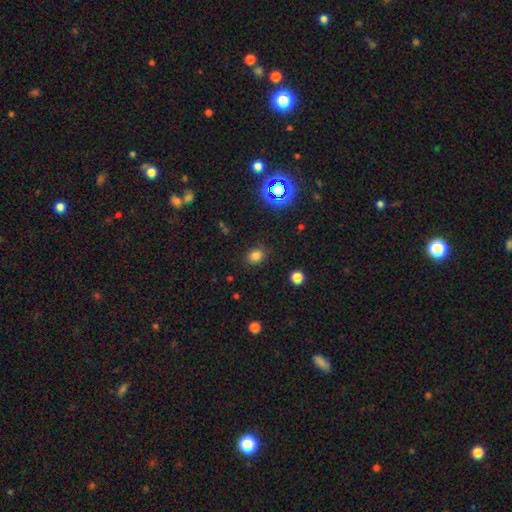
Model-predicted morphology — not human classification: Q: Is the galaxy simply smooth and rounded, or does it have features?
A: smooth — 77%.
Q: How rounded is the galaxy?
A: round — 60%.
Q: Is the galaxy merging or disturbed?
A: none — 86%.